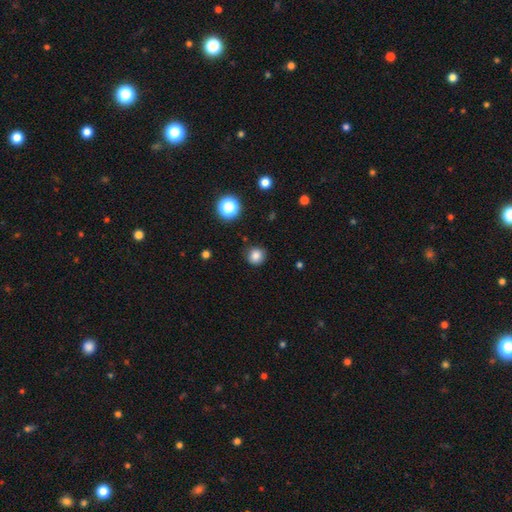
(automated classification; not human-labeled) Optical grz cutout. It shows a smooth galaxy with no disk features (83%) that is round (90%). Merging: none (87%).